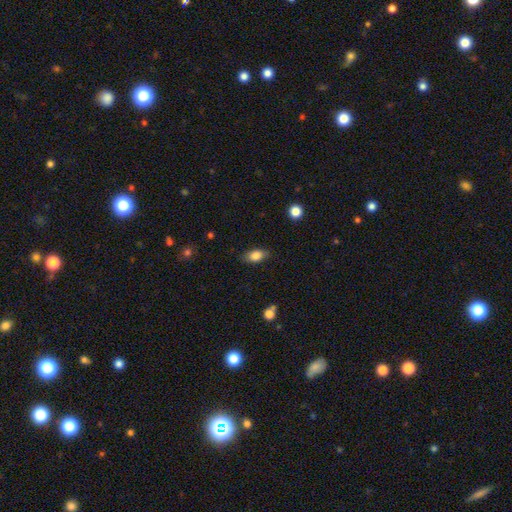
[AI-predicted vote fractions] This appears to be a smooth galaxy with no disk features (83%) that is in between round and cigar-shaped (87%). Merging: none (82%).